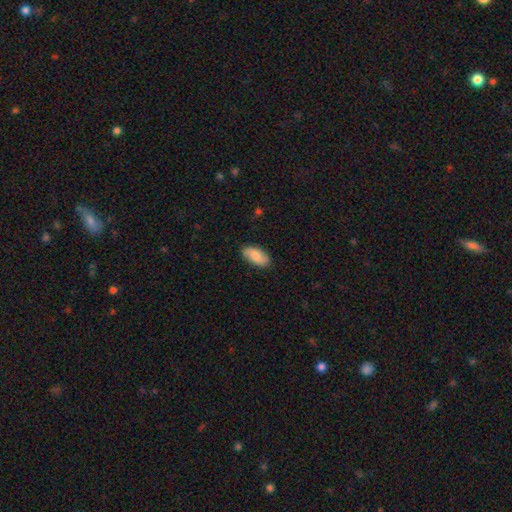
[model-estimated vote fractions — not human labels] A smooth galaxy with no disk features (64%) that is in between round and cigar-shaped (93%). Merging: none (84%).